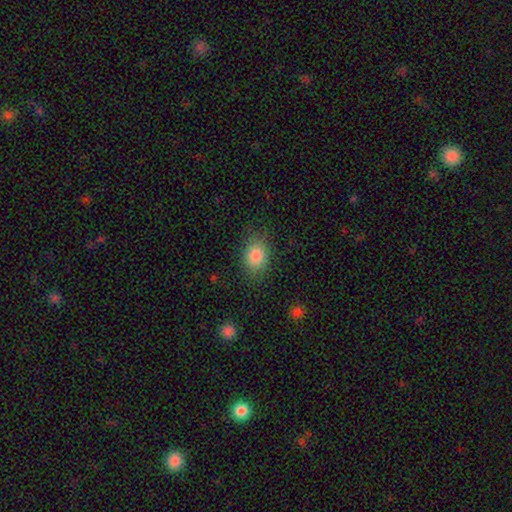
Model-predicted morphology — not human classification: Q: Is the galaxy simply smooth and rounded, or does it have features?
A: smooth — 85%.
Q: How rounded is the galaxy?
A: in between — 72%.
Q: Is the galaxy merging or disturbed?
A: none — 80%.